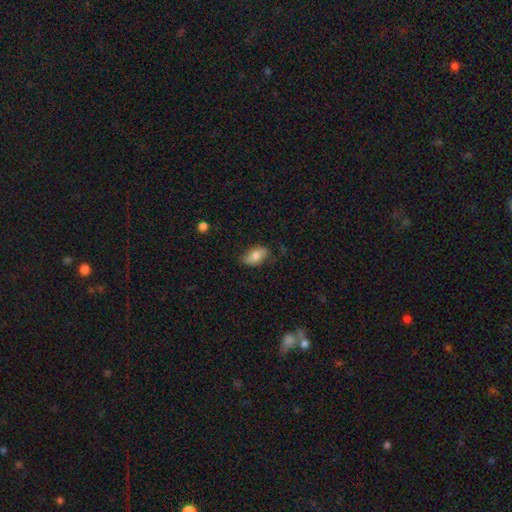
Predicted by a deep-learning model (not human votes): A smooth galaxy with no disk features (72%) that is in between round and cigar-shaped (91%). Merging: none (71%).